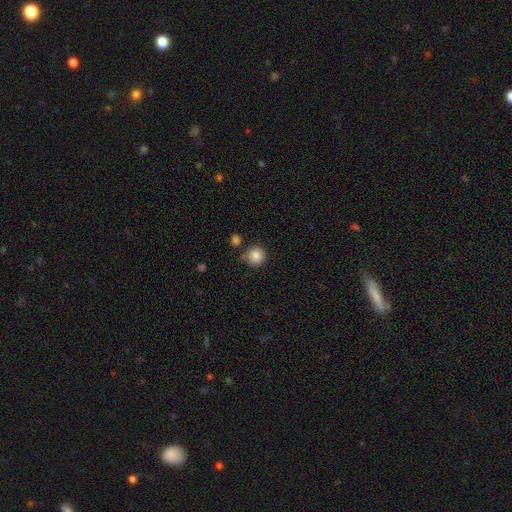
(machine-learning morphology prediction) Smooth or featured?
  - smooth: 86% *
  - star or artifact: 10%
  - featured or disk: 5%
How rounded?
  - round: 93% *
  - in between: 6%
  - cigar-shaped: 1%
Merging?
  - none: 77% *
  - minor disturbance: 12%
  - merger: 8%
  - major disturbance: 3%